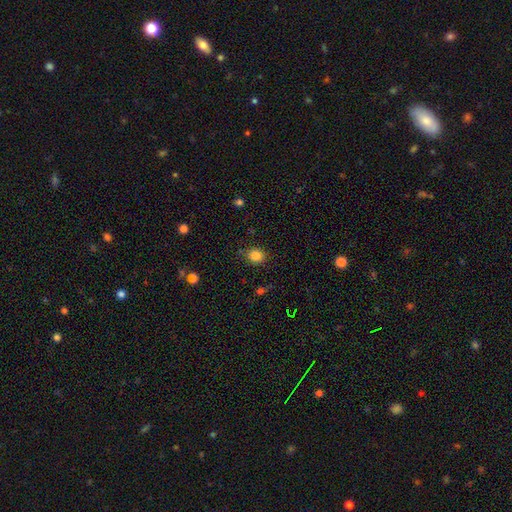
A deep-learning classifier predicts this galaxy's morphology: Smooth or featured? Predicted: smooth (p=0.84). How rounded? Predicted: round (p=0.71). Merging? Predicted: none (p=0.83).